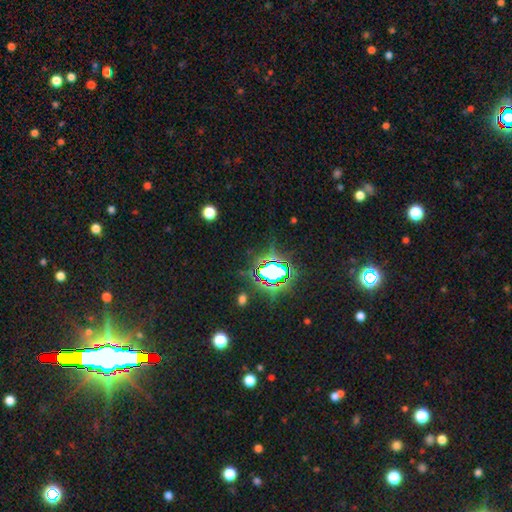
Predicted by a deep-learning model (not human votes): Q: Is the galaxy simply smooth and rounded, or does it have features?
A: star or artifact — 83%.